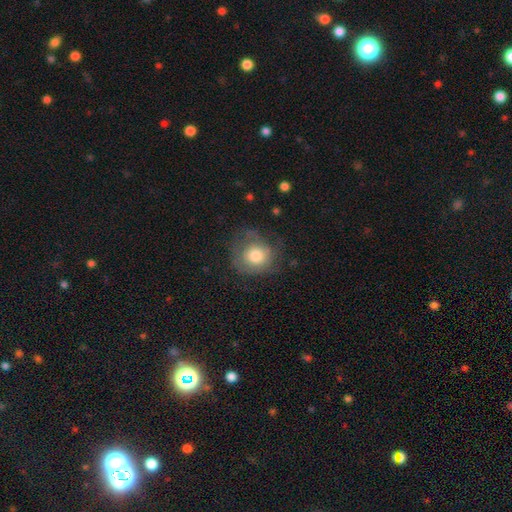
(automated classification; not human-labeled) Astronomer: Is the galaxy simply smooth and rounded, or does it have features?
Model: smooth — 67%.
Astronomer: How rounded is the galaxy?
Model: round — 82%.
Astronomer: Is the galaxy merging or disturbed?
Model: none — 57%.